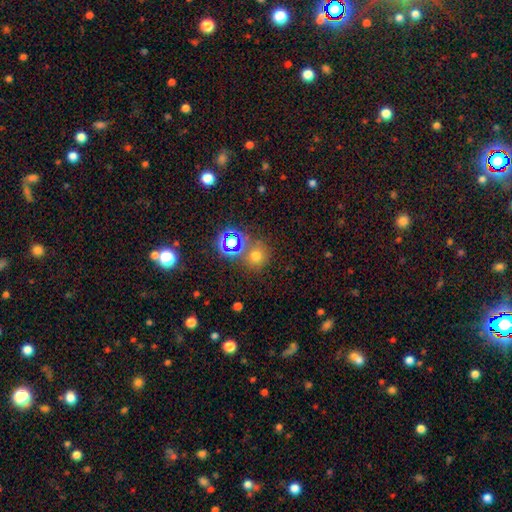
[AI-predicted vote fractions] The model was most divided on "smooth or featured": smooth: 62%, star or artifact: 31%, featured or disk: 8%. More confident: how rounded — round (88%); merging — none (71%).